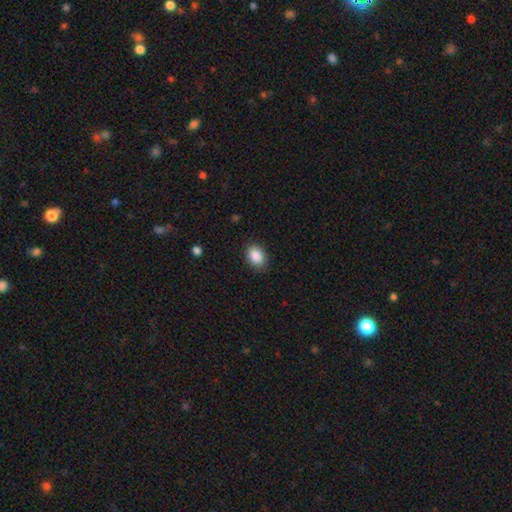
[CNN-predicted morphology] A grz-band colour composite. It shows a smooth galaxy with no disk features (88%) that is in between round and cigar-shaped (71%). Merging: none (85%).